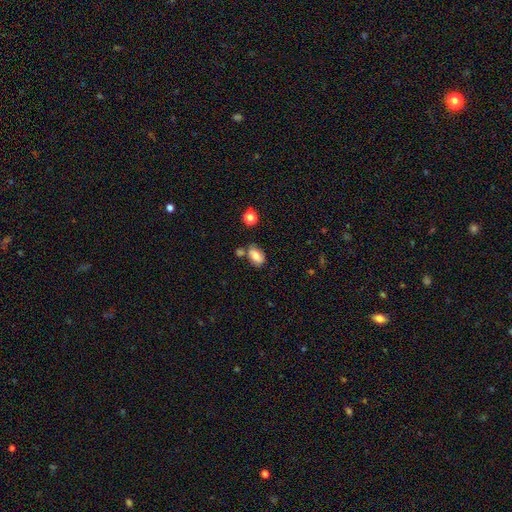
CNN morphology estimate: A smooth galaxy with no disk features (75%) that is in between round and cigar-shaped (85%). Merging: none (60%).